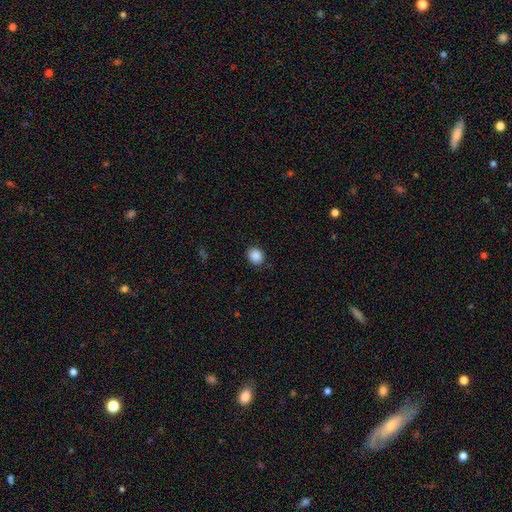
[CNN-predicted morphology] This is clearly a smooth galaxy (88%). How rounded: likely round (70%). Merging: clearly none (87%).